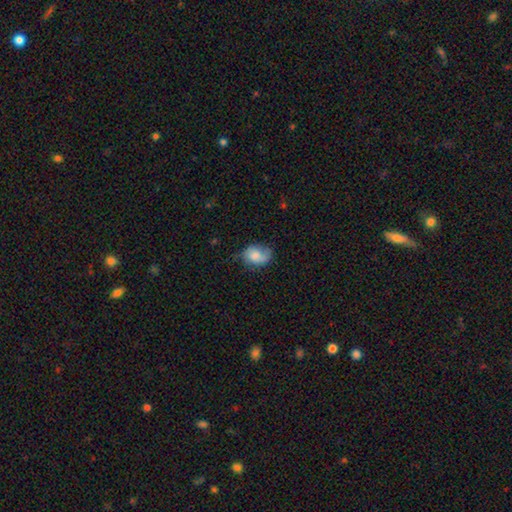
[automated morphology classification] Smooth or featured? Predicted: smooth (p=0.65). How rounded? Predicted: in between (p=0.65). Merging? Predicted: none (p=0.52).